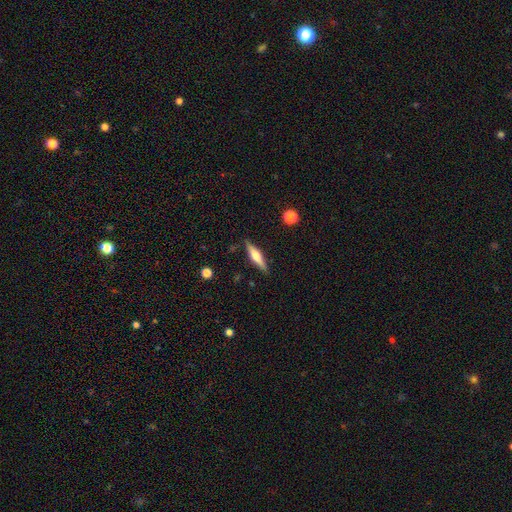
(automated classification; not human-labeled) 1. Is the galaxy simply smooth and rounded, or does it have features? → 58% featured or disk, 36% smooth, 6% star or artifact.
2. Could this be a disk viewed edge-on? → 96% yes, 4% no.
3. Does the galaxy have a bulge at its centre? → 82% rounded, 13% boxy, 5% none.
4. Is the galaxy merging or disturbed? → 88% none, 9% minor disturbance, 2% major disturbance, 2% merger.